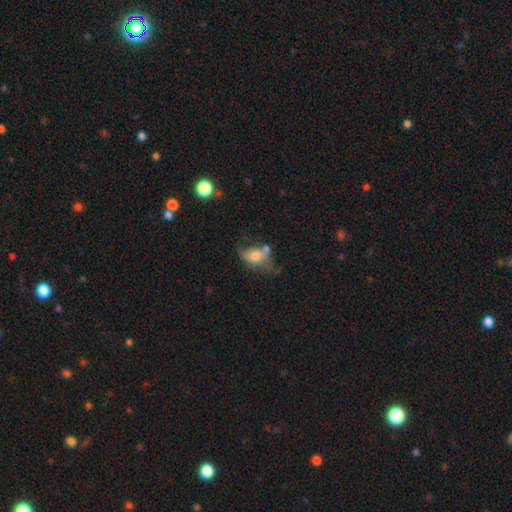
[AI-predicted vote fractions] Smooth or featured? Predicted: smooth (p=0.54). How rounded? Predicted: in between (p=0.77). Merging? Predicted: none (p=0.30).